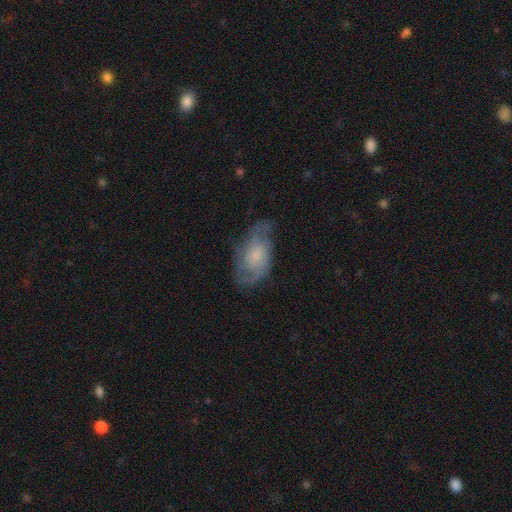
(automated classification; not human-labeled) Smooth or featured? Predicted: featured or disk (p=0.68). Edge-on disk? Predicted: no (p=0.95). Bar? Predicted: no (p=0.71). Spiral arms? Predicted: yes (p=0.88). Spiral winding? Predicted: medium (p=0.45). Spiral arm count? Predicted: 2 (p=0.38). Bulge size? Predicted: small (p=0.36). Merging? Predicted: none (p=0.62).